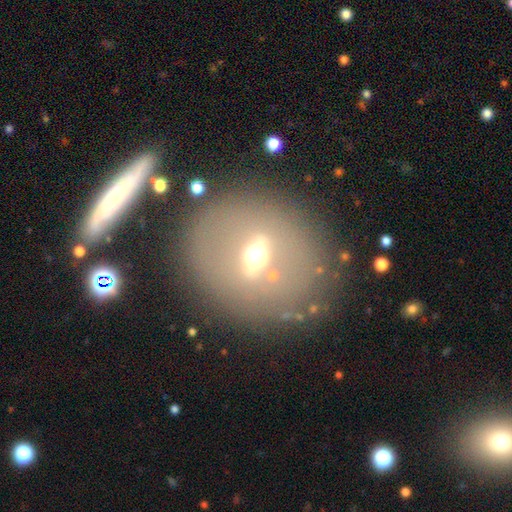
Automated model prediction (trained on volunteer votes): Smooth or featured: featured or disk — 55% (smooth — 31%)
Edge-on disk: no — 65% (yes — 35%)
Merging: none — 82% (minor disturbance — 9%)